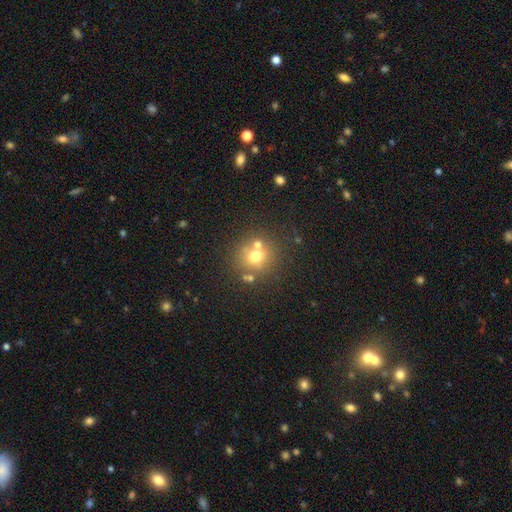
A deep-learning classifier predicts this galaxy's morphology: The model was most divided on "merging": none: 65%, merger: 20%, minor disturbance: 10%, major disturbance: 4%. More confident: how rounded — round (87%); smooth or featured — smooth (65%).